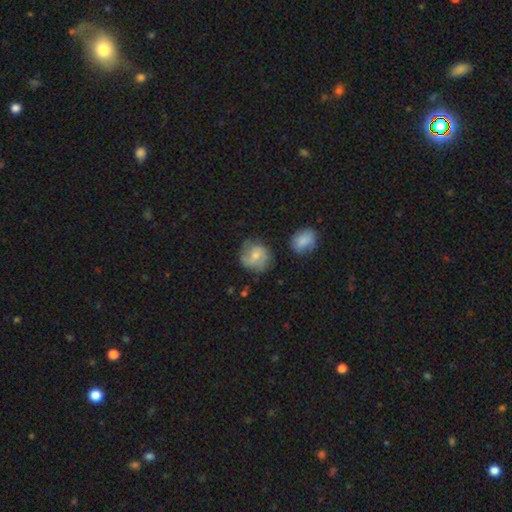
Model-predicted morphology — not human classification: The model was most divided on "smooth or featured": smooth: 51%, featured or disk: 41%, star or artifact: 8%. More confident: how rounded — round (80%); merging — none (65%).